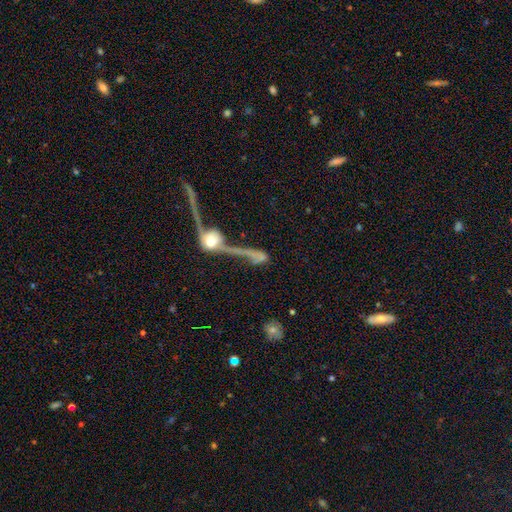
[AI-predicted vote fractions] Smooth or featured: featured or disk — 50% (smooth — 36%)
Edge-on disk: no — 62% (yes — 38%)
Merging: merger — 39% (major disturbance — 29%)